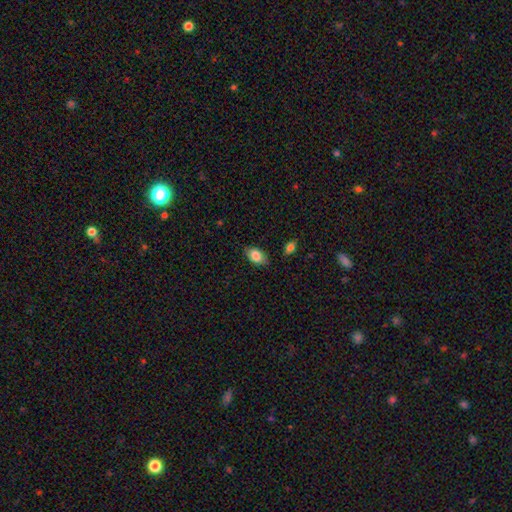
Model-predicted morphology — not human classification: A smooth galaxy with no disk features (84%) that is in between round and cigar-shaped (91%).

Vote fractions:
- Smooth or featured? smooth: 84% / featured or disk: 9% / star or artifact: 7%
- How rounded? in between: 91% / round: 7% / cigar-shaped: 2%
- Merging? none: 81% / minor disturbance: 14% / major disturbance: 3% / merger: 2%